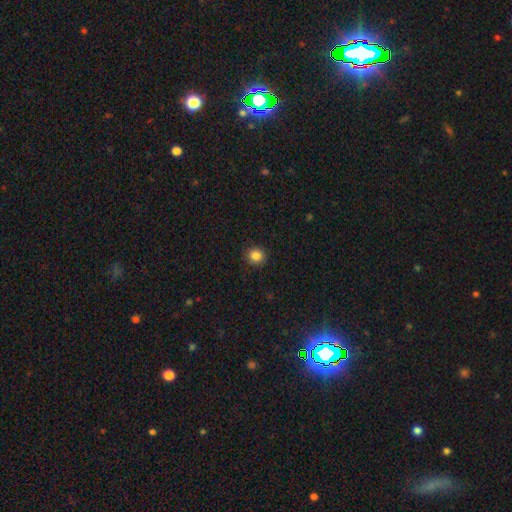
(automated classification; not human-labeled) Smooth or featured? smooth (85%)
How rounded? round (89%)
Merging? none (91%)